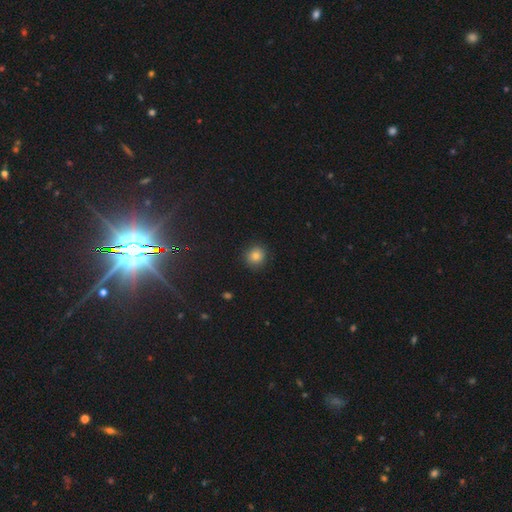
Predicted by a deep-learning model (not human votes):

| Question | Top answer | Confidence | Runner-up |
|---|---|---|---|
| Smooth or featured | smooth | 82% | star or artifact (12%) |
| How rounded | round | 90% | in between (9%) |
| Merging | none | 89% | minor disturbance (8%) |